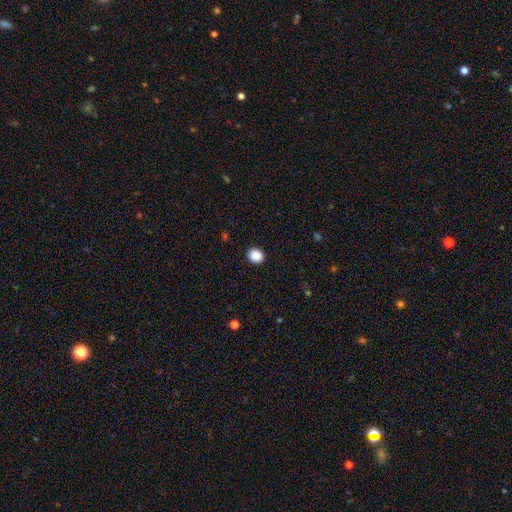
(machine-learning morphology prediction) Smooth or featured? Predicted: smooth (p=0.89). How rounded? Predicted: round (p=0.72). Merging? Predicted: none (p=0.92).